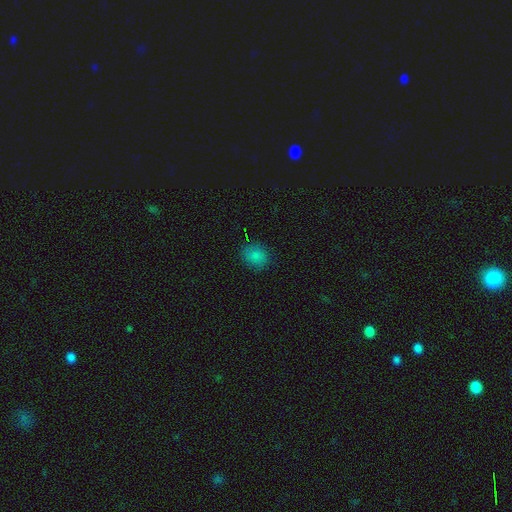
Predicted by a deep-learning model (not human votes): Smooth or featured: smooth — 82% (star or artifact — 12%)
How rounded: round — 73% (in between — 26%)
Merging: none — 83% (minor disturbance — 13%)